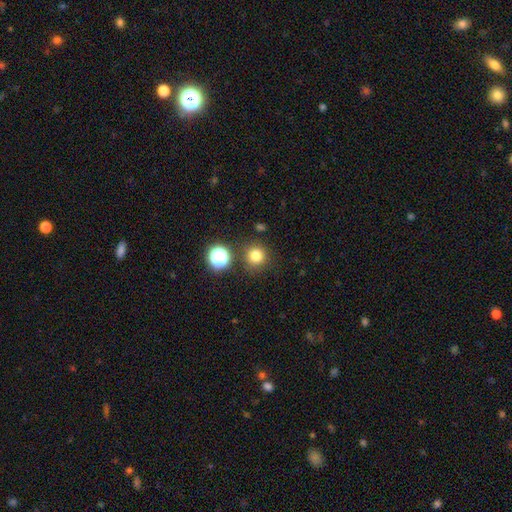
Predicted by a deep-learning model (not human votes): This is likely a smooth galaxy (78%). How rounded: clearly round (93%). Merging: clearly none (85%).